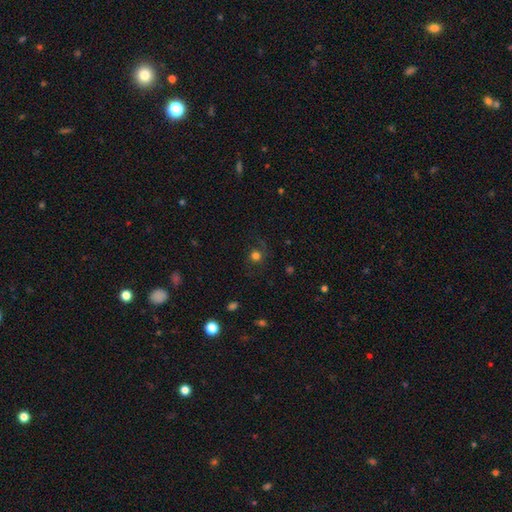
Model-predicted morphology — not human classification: A smooth galaxy with no disk features (65%) that is round (90%).

Vote fractions:
- Smooth or featured? smooth: 65% / star or artifact: 19% / featured or disk: 16%
- How rounded? round: 90% / in between: 9% / cigar-shaped: 1%
- Merging? none: 73% / minor disturbance: 14% / major disturbance: 11% / merger: 2%